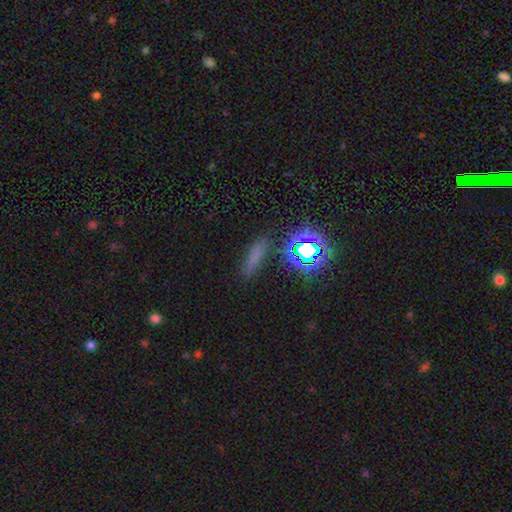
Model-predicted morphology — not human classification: type=smooth (61%); roundness=cigar-shaped (74%); merging=none (83%).